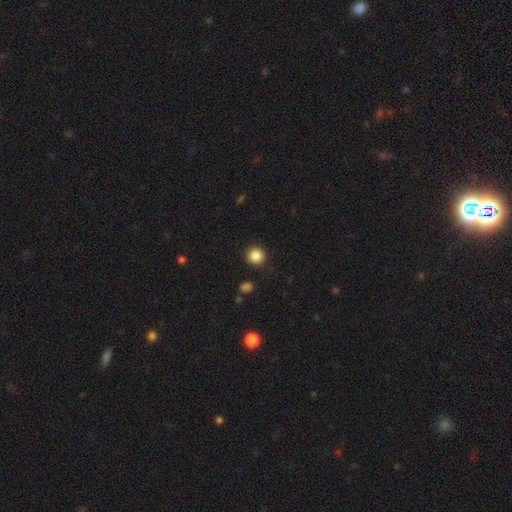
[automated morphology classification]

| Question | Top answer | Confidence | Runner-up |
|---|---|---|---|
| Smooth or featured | smooth | 86% | star or artifact (10%) |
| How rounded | round | 94% | in between (5%) |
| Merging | none | 91% | minor disturbance (5%) |